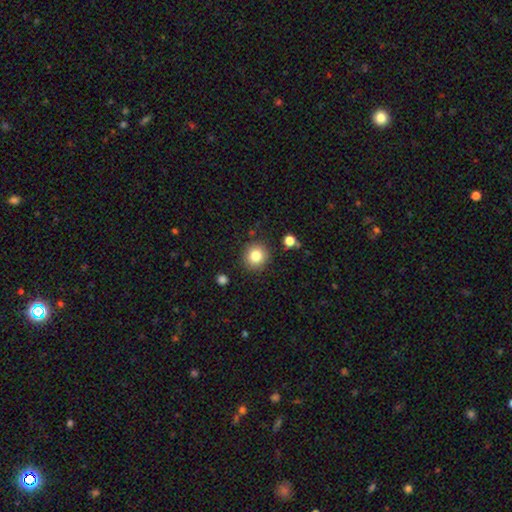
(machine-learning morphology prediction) smooth 82%, star or artifact 11%, featured or disk 7%. Down the decision tree: how rounded — round (90%); merging — none (87%).